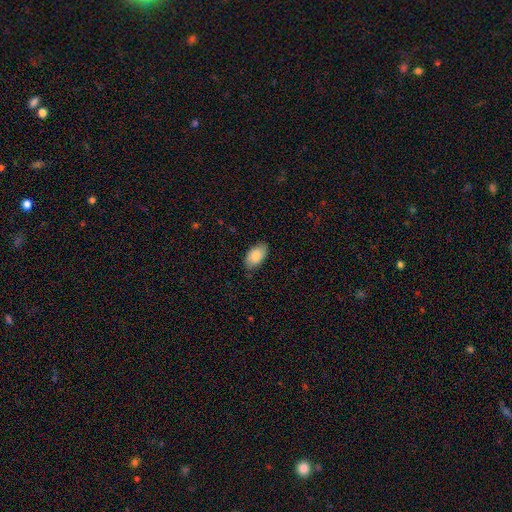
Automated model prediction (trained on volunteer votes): smooth 86%, featured or disk 8%, star or artifact 6%. Down the decision tree: how rounded — in between (94%); merging — none (79%).